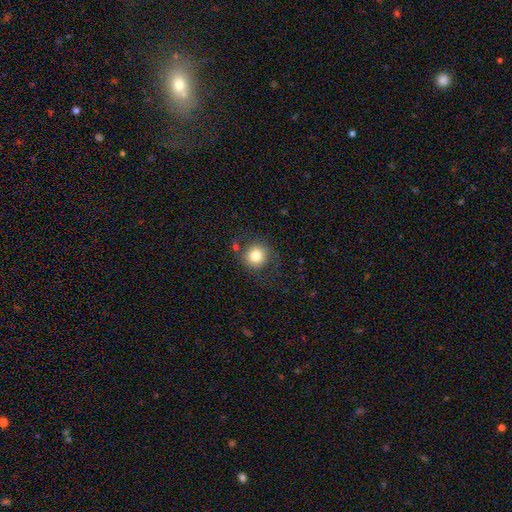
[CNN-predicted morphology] type=smooth (80%); roundness=round (92%); merging=none (78%).